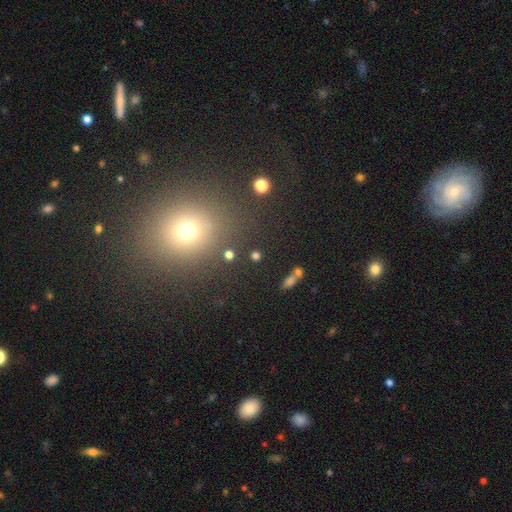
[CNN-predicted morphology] Overall: smooth (70%). How rounded: round (76%). Merging: none (78%).